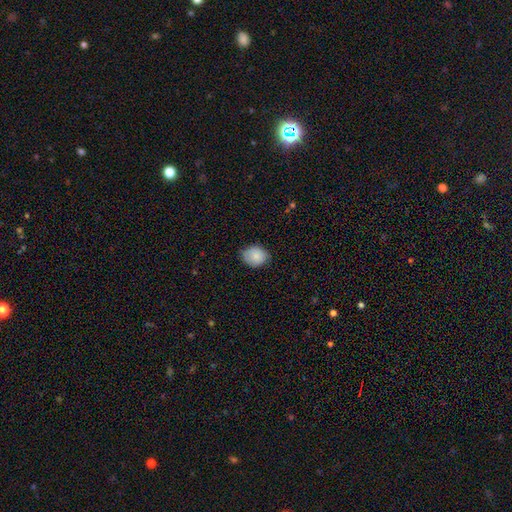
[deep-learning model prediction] This appears to be a smooth galaxy with no disk features (85%) that is round (53%). Merging: none (74%).